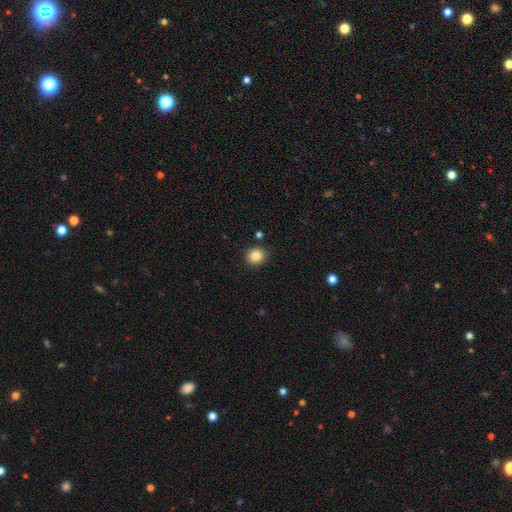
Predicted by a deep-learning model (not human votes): Smooth or featured?
  - smooth: 86% *
  - star or artifact: 10%
  - featured or disk: 4%
How rounded?
  - round: 83% *
  - in between: 16%
  - cigar-shaped: 1%
Merging?
  - none: 88% *
  - minor disturbance: 7%
  - merger: 2%
  - major disturbance: 2%